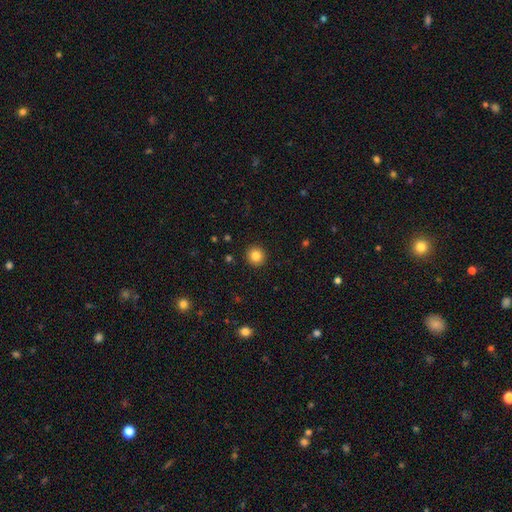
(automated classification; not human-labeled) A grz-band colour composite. It shows a smooth galaxy with no disk features (84%) that is round (94%). Merging: none (93%).